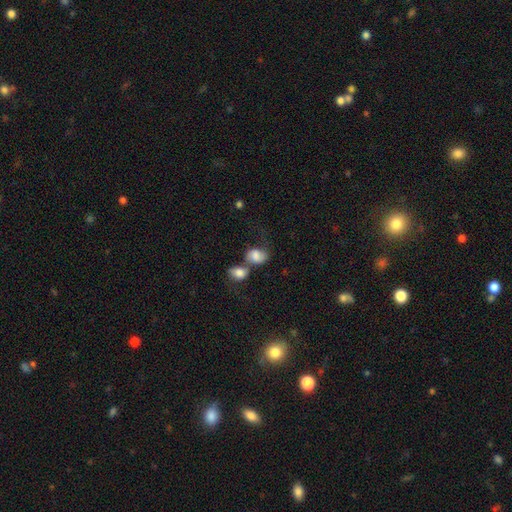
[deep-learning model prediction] Smooth or featured? Predicted: smooth (p=0.76). How rounded? Predicted: in between (p=0.64). Merging? Predicted: merger (p=0.56).